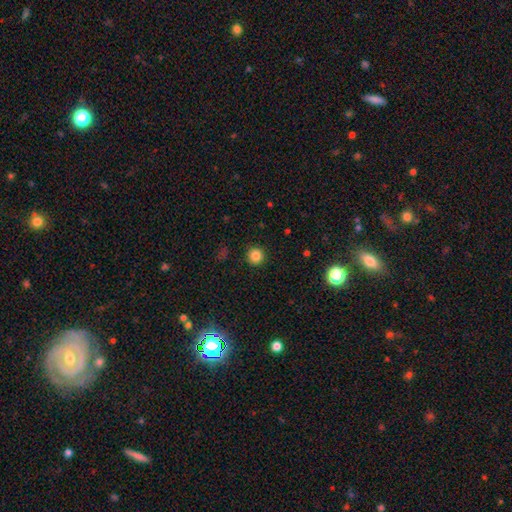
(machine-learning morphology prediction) Overall: smooth (84%). How rounded: round (94%). Merging: none (92%).